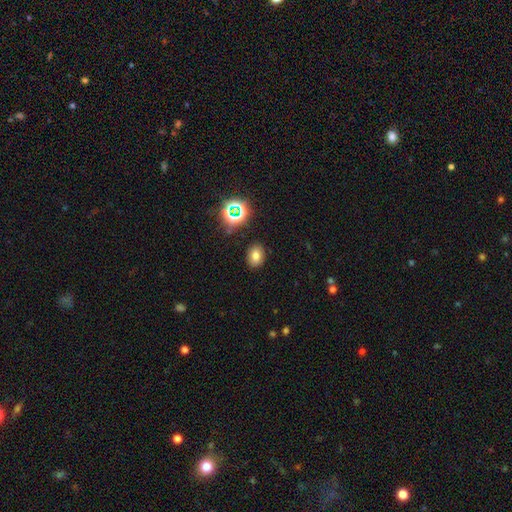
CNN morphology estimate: A smooth galaxy with no disk features (73%) that is in between round and cigar-shaped (69%). Merging: none (87%).